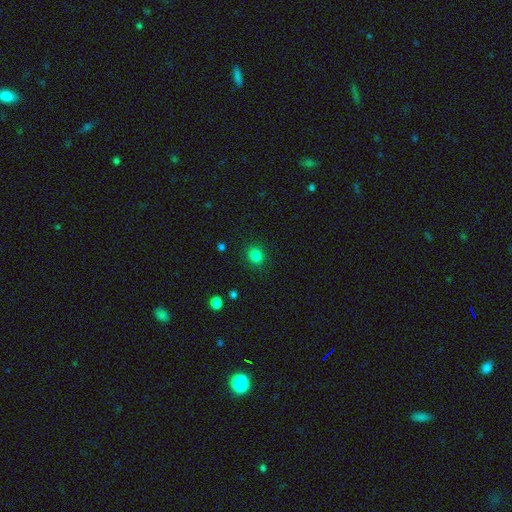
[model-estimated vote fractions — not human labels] This is clearly a smooth galaxy (83%). How rounded: likely round (80%). Merging: clearly none (90%).